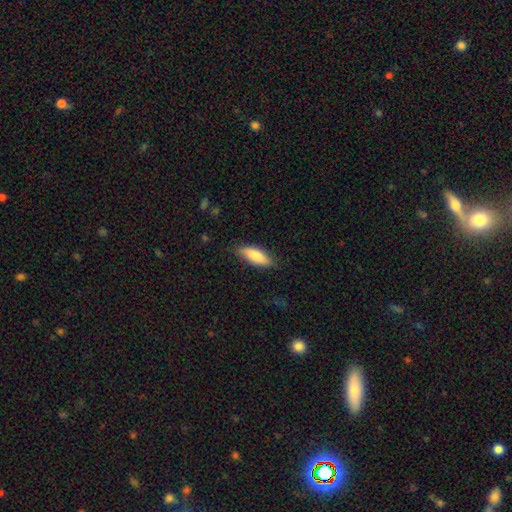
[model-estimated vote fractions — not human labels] Smooth or featured: smooth — 82% (featured or disk — 12%)
How rounded: in between — 71% (cigar-shaped — 27%)
Merging: none — 79% (minor disturbance — 17%)